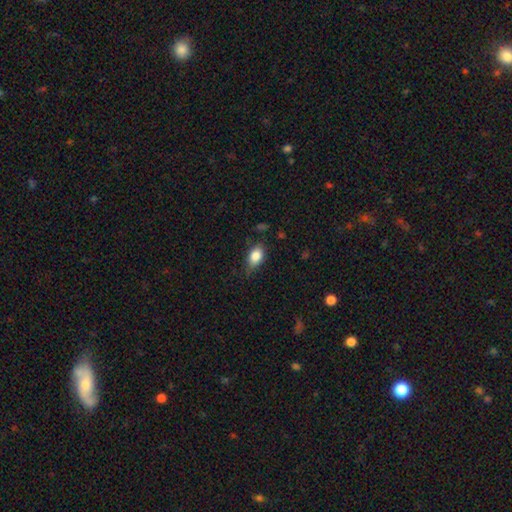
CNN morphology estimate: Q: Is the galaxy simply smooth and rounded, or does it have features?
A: smooth — 85%.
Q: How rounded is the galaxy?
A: in between — 84%.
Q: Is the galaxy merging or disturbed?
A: none — 74%.